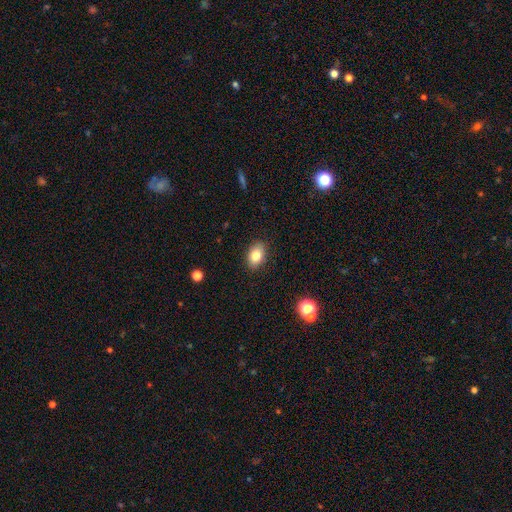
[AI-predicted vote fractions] Smooth or featured? Predicted: smooth (p=0.82). How rounded? Predicted: in between (p=0.82). Merging? Predicted: none (p=0.88).